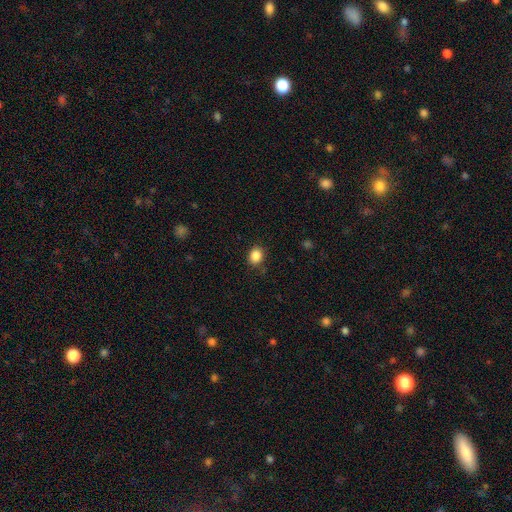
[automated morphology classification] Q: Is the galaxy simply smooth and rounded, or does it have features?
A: smooth — 86%.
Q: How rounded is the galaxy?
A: round — 55%.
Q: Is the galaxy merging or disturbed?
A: none — 83%.